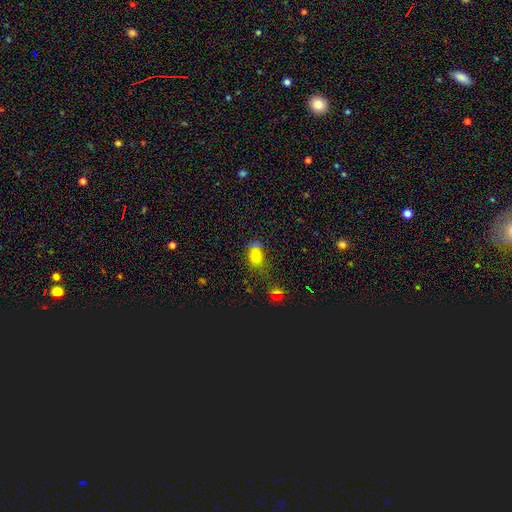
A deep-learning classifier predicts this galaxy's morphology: Overall: smooth (71%). How rounded: round (49%, tied with in between). Merging: none (57%; minor disturbance 20%).